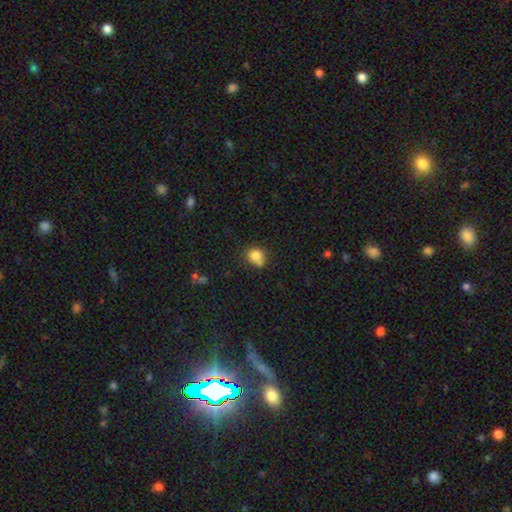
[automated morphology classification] Q: Smooth or featured?
A: smooth (81%); runner-up: star or artifact (11%)
Q: How rounded?
A: round (76%); runner-up: in between (23%)
Q: Merging?
A: none (51%); runner-up: merger (23%)